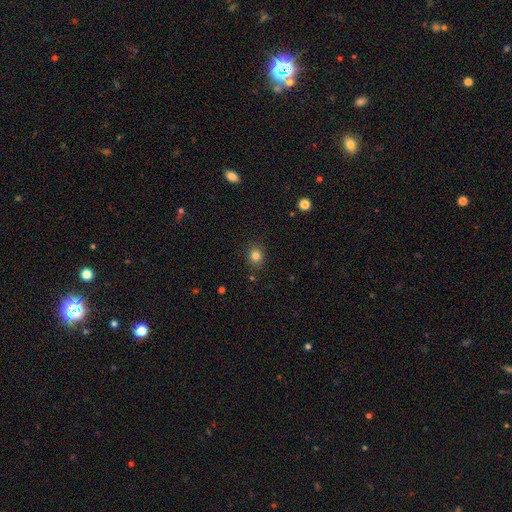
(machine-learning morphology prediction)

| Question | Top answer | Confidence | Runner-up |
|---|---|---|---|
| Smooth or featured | smooth | 81% | star or artifact (13%) |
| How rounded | round | 71% | in between (28%) |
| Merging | none | 88% | minor disturbance (8%) |